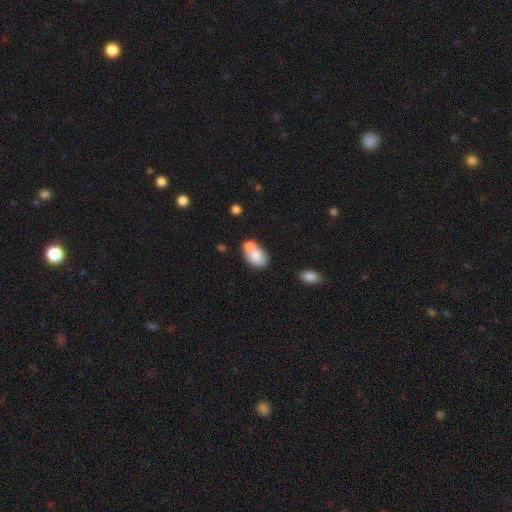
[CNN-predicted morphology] This appears to be a smooth galaxy with no disk features (73%) that is in between round and cigar-shaped (76%). Merging: merger (55%).